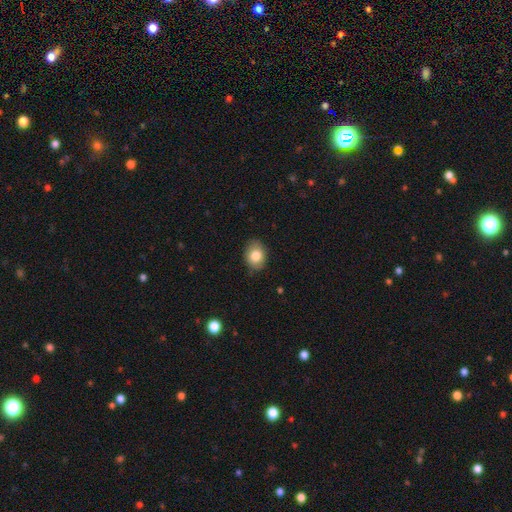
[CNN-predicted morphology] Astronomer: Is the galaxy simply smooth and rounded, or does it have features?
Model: smooth — 82%.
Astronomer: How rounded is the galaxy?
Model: in between — 67%.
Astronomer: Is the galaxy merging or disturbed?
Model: none — 83%.